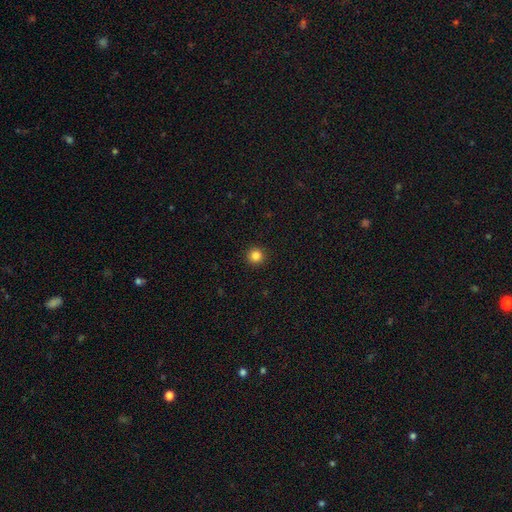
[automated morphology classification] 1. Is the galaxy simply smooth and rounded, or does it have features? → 84% smooth, 12% star or artifact, 4% featured or disk.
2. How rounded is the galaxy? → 96% round, 3% in between, 1% cigar-shaped.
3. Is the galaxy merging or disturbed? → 93% none, 4% minor disturbance, 2% major disturbance, 1% merger.